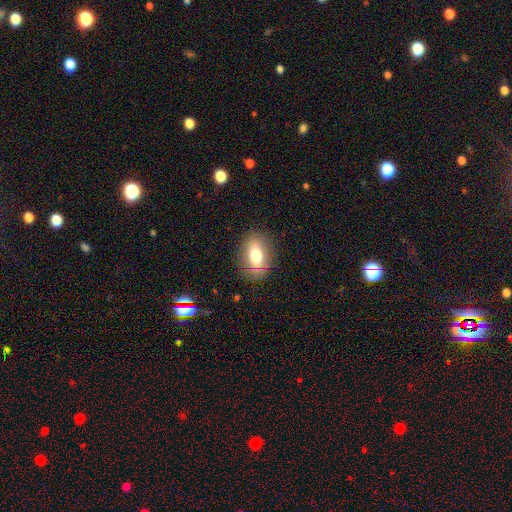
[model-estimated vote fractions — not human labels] smooth 70%, featured or disk 20%, star or artifact 9%. Down the decision tree: how rounded — in between (82%); merging — none (83%).